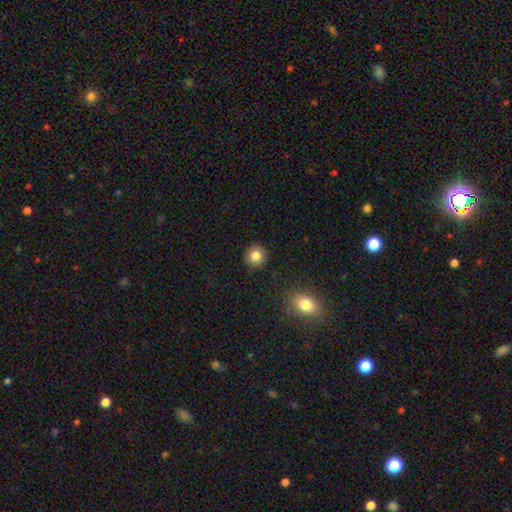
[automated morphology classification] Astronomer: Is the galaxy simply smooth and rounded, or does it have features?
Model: smooth — 84%.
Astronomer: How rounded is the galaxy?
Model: round — 92%.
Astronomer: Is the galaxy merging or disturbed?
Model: none — 91%.